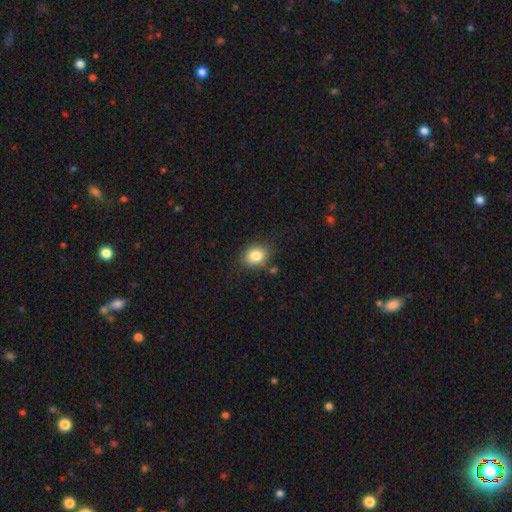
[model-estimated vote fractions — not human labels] A smooth galaxy with no disk features (83%) that is round (52%). Merging: none (80%).